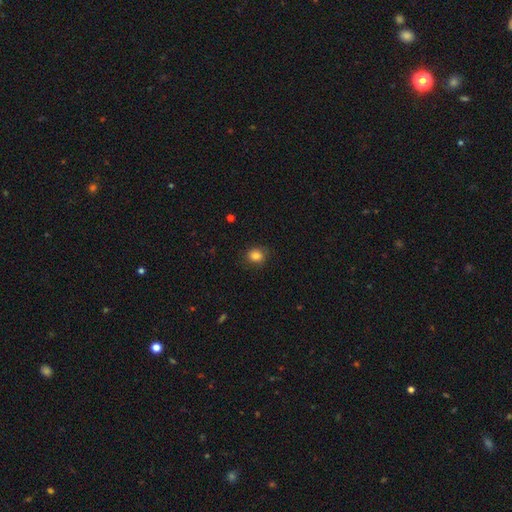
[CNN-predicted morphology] This appears to be a smooth galaxy with no disk features (84%) that is round (69%). Merging: none (82%).